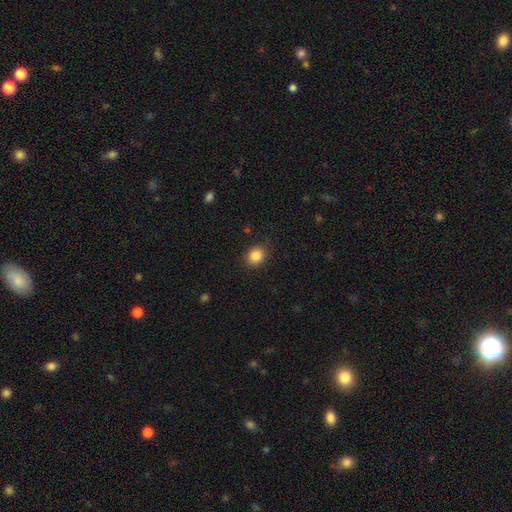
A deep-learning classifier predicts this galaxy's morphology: Smooth or featured? smooth (85%)
How rounded? round (64%)
Merging? none (88%)